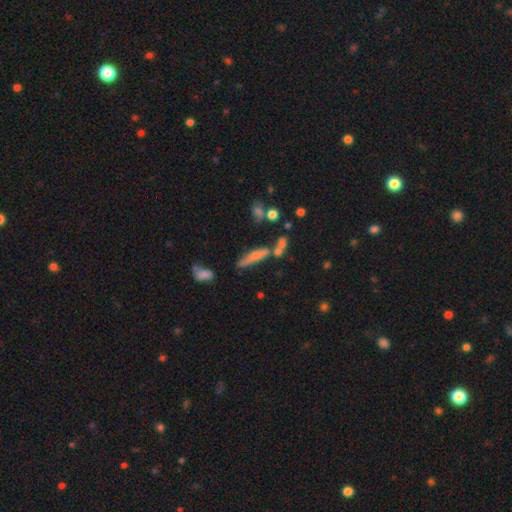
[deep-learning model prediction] smooth_or_featured: smooth (p=0.62) [alt: featured or disk p=0.28]
how_rounded: cigar-shaped (p=0.73) [alt: in between p=0.24]
merging: none (p=0.49) [alt: merger p=0.24]